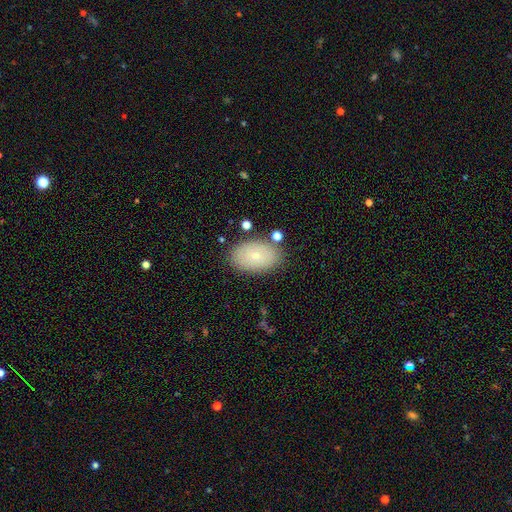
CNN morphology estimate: A smooth galaxy with no disk features (73%) that is in between round and cigar-shaped (92%). Merging: none (82%).